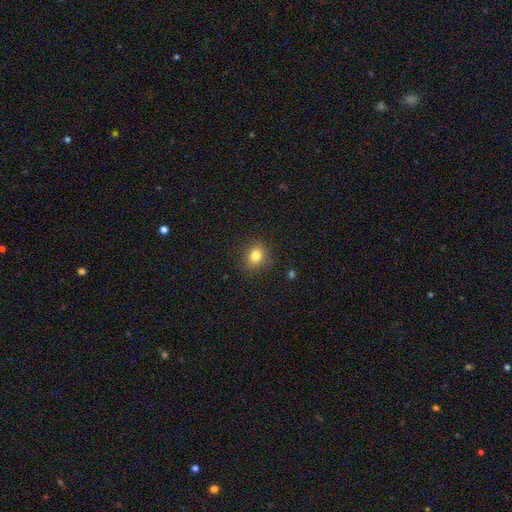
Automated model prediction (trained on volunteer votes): A smooth galaxy with no disk features (81%) that is round (71%).

Vote fractions:
- Smooth or featured? smooth: 81% / star or artifact: 12% / featured or disk: 7%
- How rounded? round: 71% / in between: 28% / cigar-shaped: 1%
- Merging? none: 87% / minor disturbance: 9% / major disturbance: 3% / merger: 1%